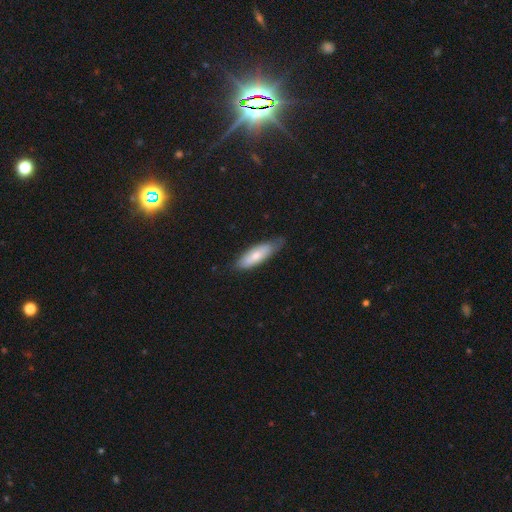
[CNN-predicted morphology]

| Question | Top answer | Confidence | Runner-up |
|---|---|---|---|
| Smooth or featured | smooth | 69% | featured or disk (25%) |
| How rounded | in between | 56% | cigar-shaped (42%) |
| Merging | none | 62% | minor disturbance (31%) |